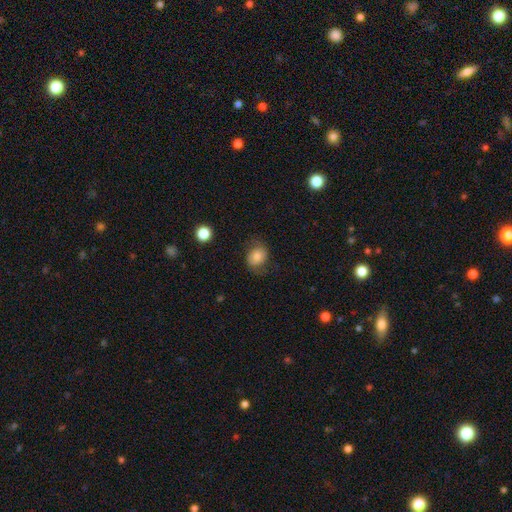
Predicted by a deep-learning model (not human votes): This appears to be a smooth galaxy with no disk features (69%) that is round (52%). Merging: none (65%).